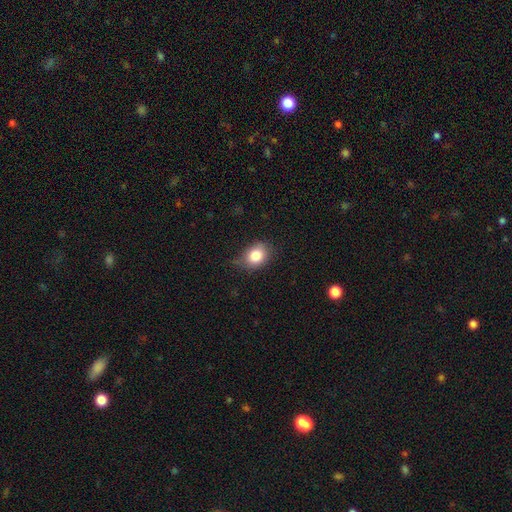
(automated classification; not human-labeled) smooth 83%, star or artifact 9%, featured or disk 8%. Down the decision tree: how rounded — in between (55%); merging — none (66%).